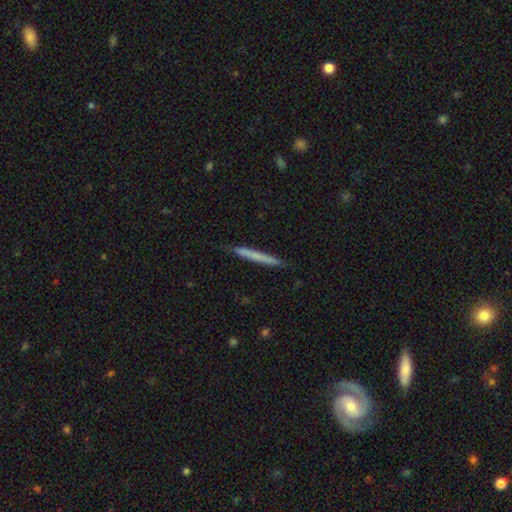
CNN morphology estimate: Q: Smooth or featured?
A: smooth (61%); runner-up: featured or disk (33%)
Q: How rounded?
A: cigar-shaped (97%); runner-up: in between (2%)
Q: Merging?
A: none (86%); runner-up: minor disturbance (11%)